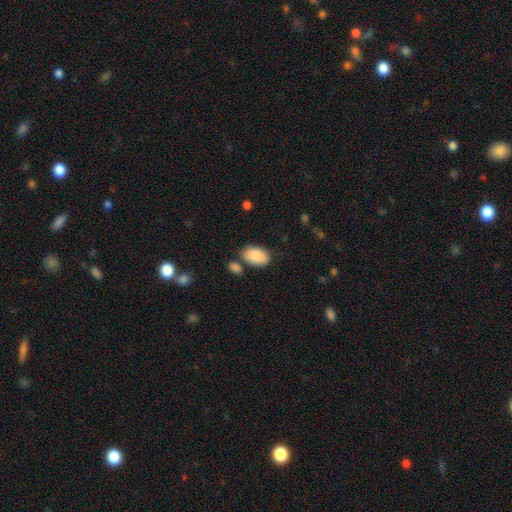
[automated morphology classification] smooth 88%, star or artifact 6%, featured or disk 6%. Down the decision tree: how rounded — in between (92%); merging — none (68%).